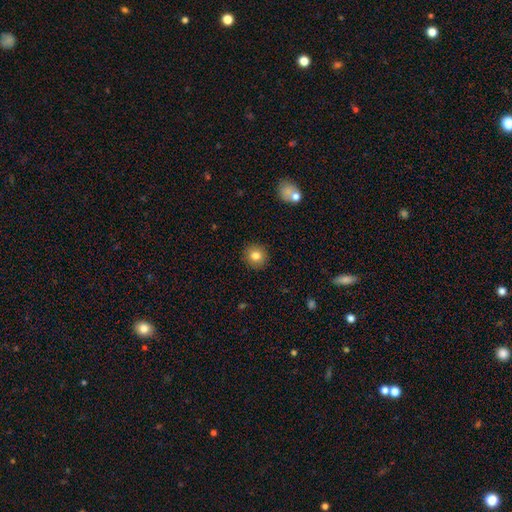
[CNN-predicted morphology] Smooth or featured? smooth (81%)
How rounded? round (90%)
Merging? none (91%)